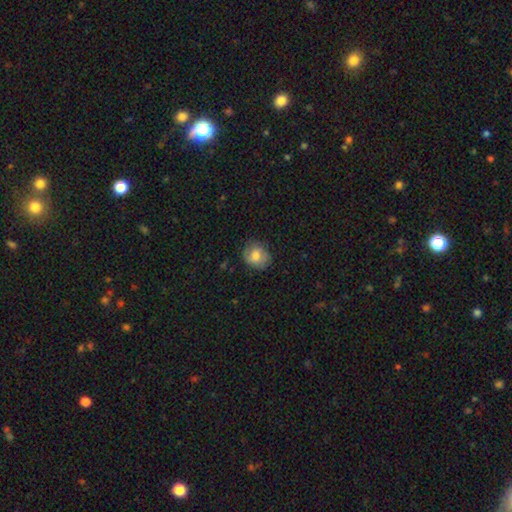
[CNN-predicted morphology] Smooth or featured? smooth (68%)
How rounded? round (72%)
Merging? none (77%)